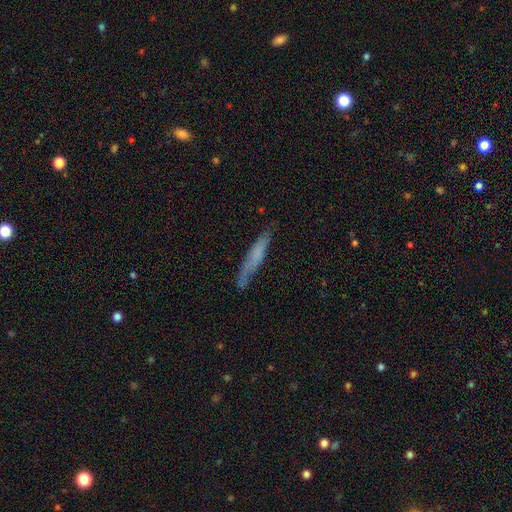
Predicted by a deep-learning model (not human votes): Overall: smooth (57%; featured or disk 35%). How rounded: cigar-shaped (92%). Merging: none (71%).